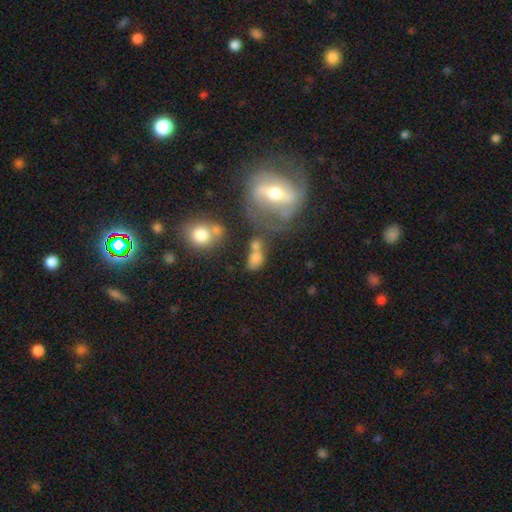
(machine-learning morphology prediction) Overall: smooth (67%). How rounded: in between (72%). Merging: none (38%; merger 34%).